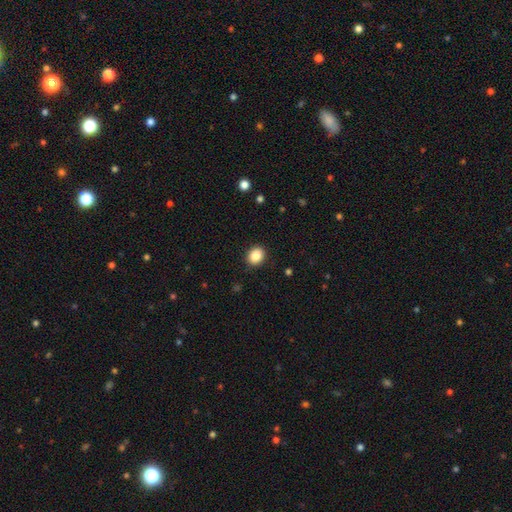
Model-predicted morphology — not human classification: Overall: smooth (87%). How rounded: round (62%; in between 37%). Merging: none (91%).